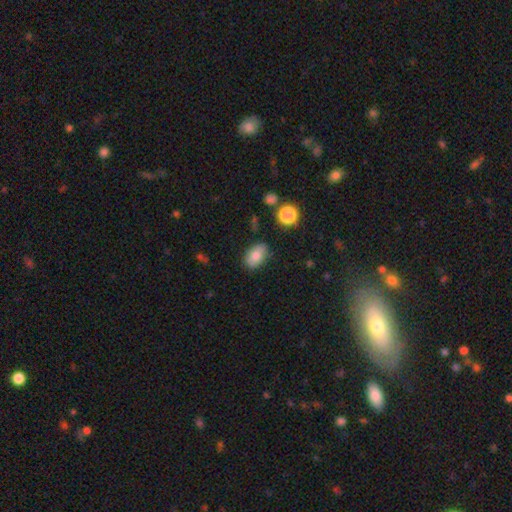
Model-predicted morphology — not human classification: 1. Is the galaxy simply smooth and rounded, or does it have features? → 79% smooth, 13% featured or disk, 9% star or artifact.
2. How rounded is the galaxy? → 88% in between, 11% round, 1% cigar-shaped.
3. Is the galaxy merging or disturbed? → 79% none, 15% minor disturbance, 3% major disturbance, 2% merger.